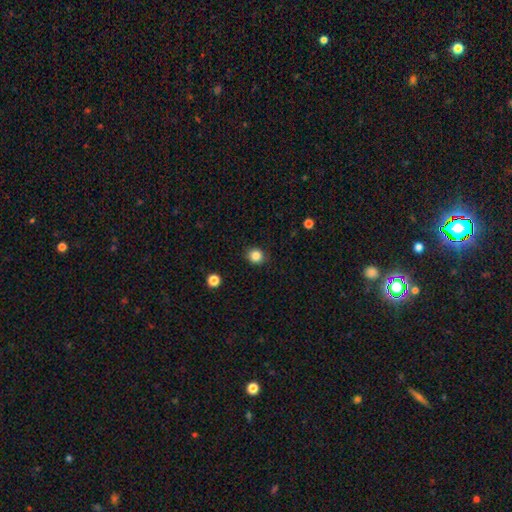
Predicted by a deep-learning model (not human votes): Smooth or featured? smooth (85%)
How rounded? round (82%)
Merging? none (89%)